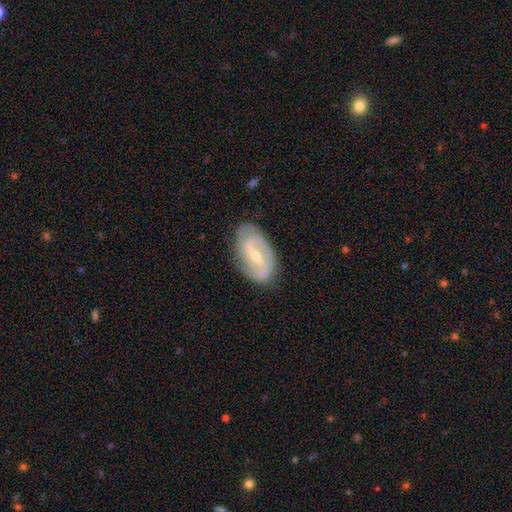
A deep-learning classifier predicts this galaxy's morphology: type=featured or disk (82%); edge-on=no (95%); bar=strong (46%); spiral arms=yes (89%); winding=medium (42%); arm count=2 (72%); bulge=small (60%); merging=none (76%).